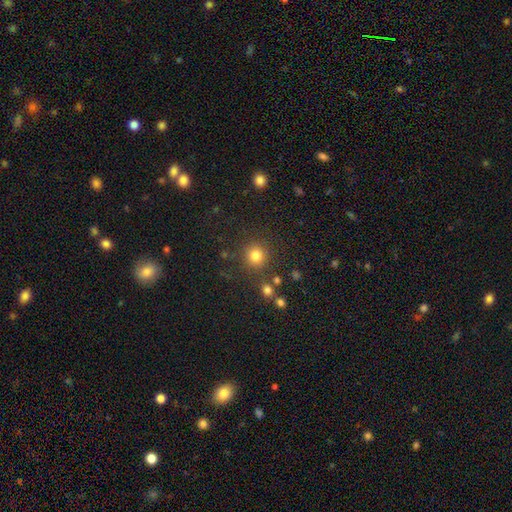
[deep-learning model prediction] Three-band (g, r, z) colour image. It shows a smooth galaxy with no disk features (81%) that is round (93%). Merging: none (84%).